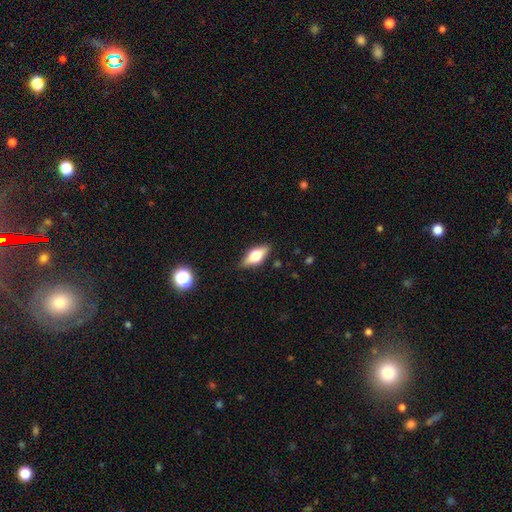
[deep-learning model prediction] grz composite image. It shows a smooth galaxy with no disk features (51%) that is in between round and cigar-shaped (72%). Merging: none (86%).